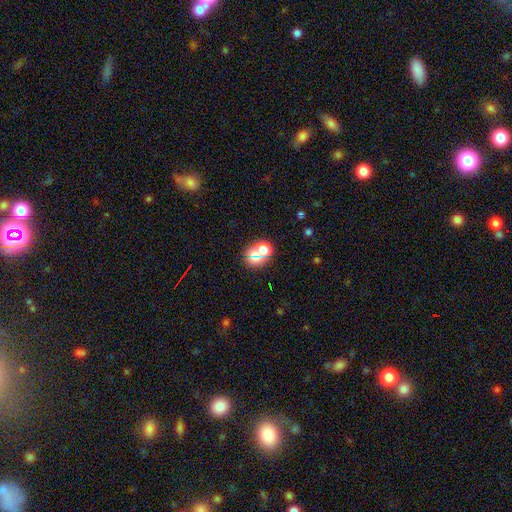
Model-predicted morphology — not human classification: The model was most divided on "merging" (2-way tie): merger: 43%, none: 43%, minor disturbance: 8%, major disturbance: 5%. More confident: how rounded — round (65%); smooth or featured — smooth (59%).